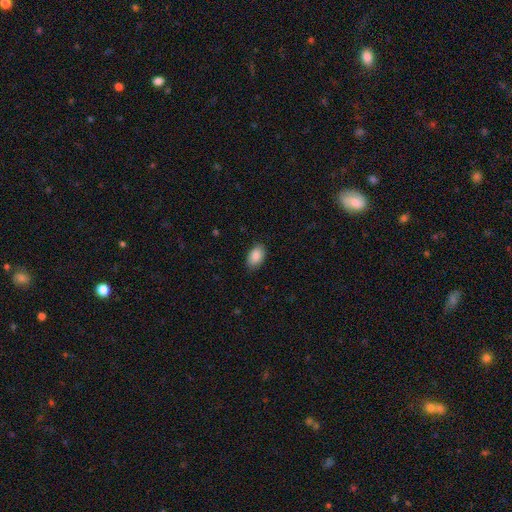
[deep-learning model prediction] Smooth or featured?
  - smooth: 89% *
  - star or artifact: 7%
  - featured or disk: 4%
How rounded?
  - in between: 92% *
  - round: 6%
  - cigar-shaped: 1%
Merging?
  - none: 85% *
  - minor disturbance: 11%
  - major disturbance: 2%
  - merger: 1%